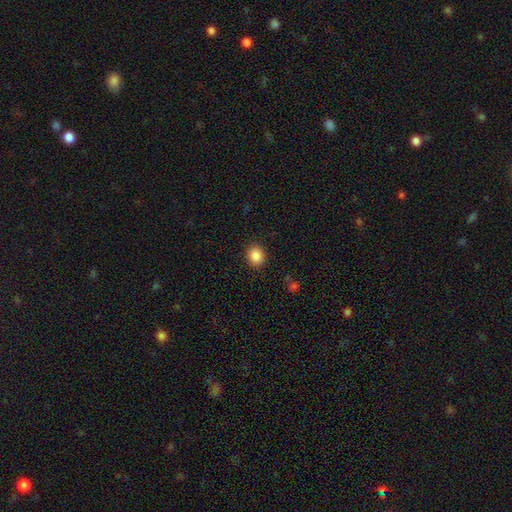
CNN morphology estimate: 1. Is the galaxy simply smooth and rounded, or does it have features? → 87% smooth, 9% star or artifact, 4% featured or disk.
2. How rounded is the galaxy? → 67% round, 32% in between, 1% cigar-shaped.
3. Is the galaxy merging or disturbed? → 89% none, 7% minor disturbance, 2% major disturbance, 1% merger.